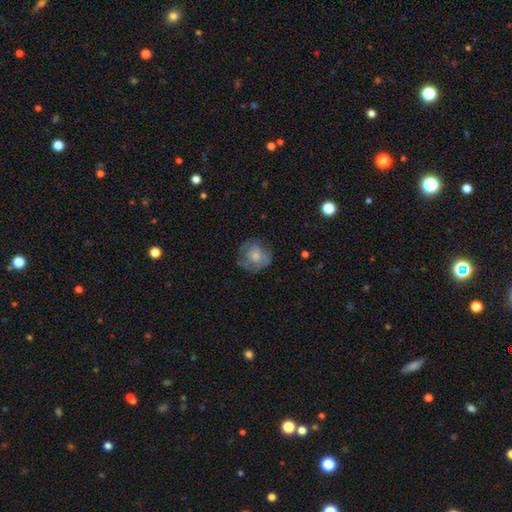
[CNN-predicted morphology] Smooth or featured? smooth (57%)
How rounded? round (83%)
Merging? none (62%)